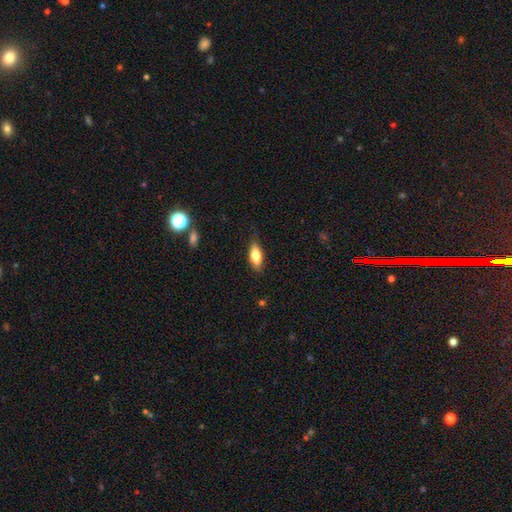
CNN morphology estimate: Q: Smooth or featured?
A: smooth (77%); runner-up: featured or disk (16%)
Q: How rounded?
A: in between (78%); runner-up: cigar-shaped (19%)
Q: Merging?
A: none (81%); runner-up: minor disturbance (15%)